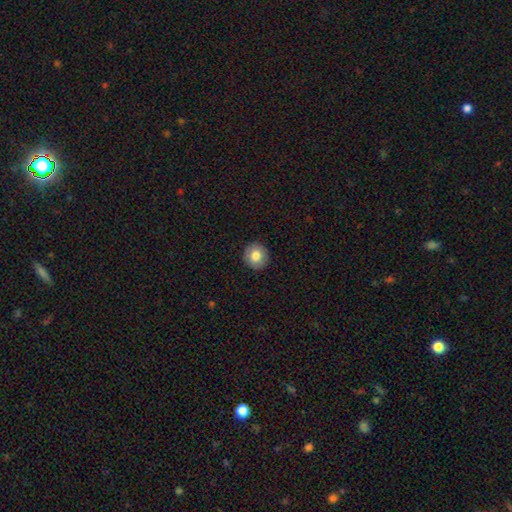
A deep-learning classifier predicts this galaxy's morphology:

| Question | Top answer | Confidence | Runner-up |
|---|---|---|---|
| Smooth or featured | smooth | 79% | featured or disk (13%) |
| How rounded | round | 92% | in between (7%) |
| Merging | none | 91% | minor disturbance (6%) |